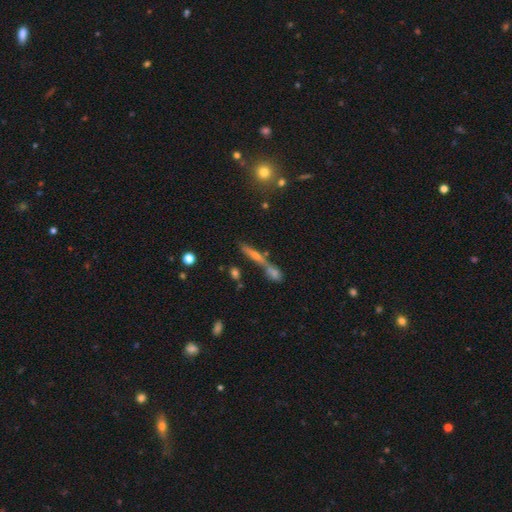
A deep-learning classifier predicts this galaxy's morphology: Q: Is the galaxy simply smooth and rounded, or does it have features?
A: featured or disk — 53%.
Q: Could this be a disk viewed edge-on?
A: yes — 86%.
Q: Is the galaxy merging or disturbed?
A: none — 53%.